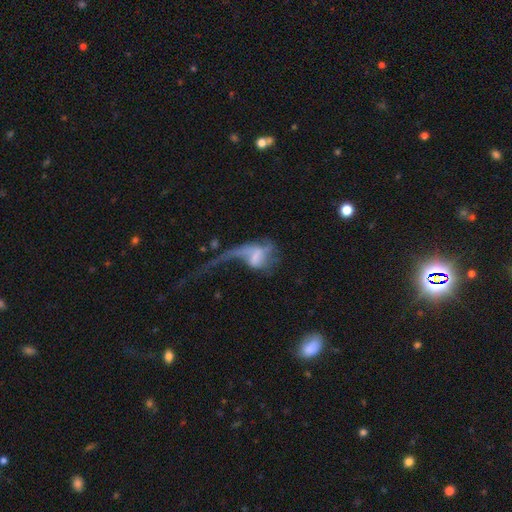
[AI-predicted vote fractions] Q: Smooth or featured?
A: featured or disk (60%); runner-up: smooth (31%)
Q: Edge-on disk?
A: no (96%); runner-up: yes (4%)
Q: Bar?
A: no (43%); runner-up: weak (37%)
Q: Spiral arms?
A: yes (56%); runner-up: no (44%)
Q: Bulge size?
A: none (46%); runner-up: small (21%)
Q: Merging?
A: major disturbance (68%); runner-up: none (13%)